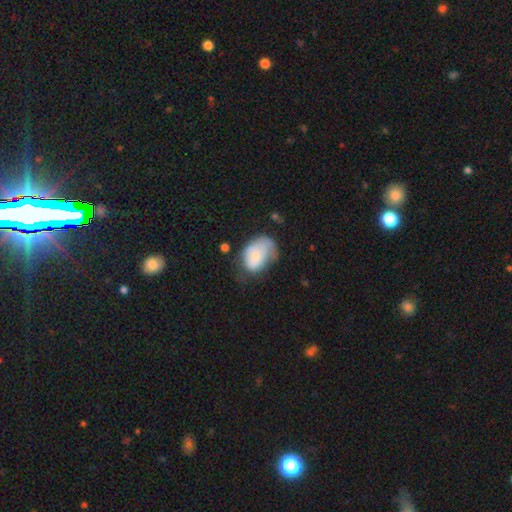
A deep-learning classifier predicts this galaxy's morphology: type=smooth (66%); roundness=in between (81%); merging=minor disturbance (37%).